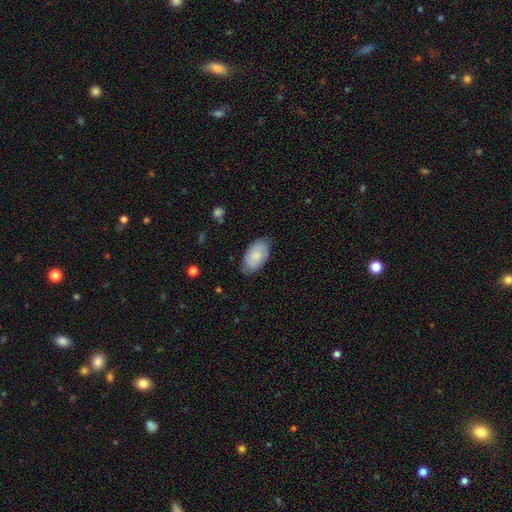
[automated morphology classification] smooth_or_featured: smooth (p=0.79) [alt: featured or disk p=0.15]
how_rounded: in between (p=0.95) [alt: round p=0.03]
merging: none (p=0.78) [alt: minor disturbance p=0.18]